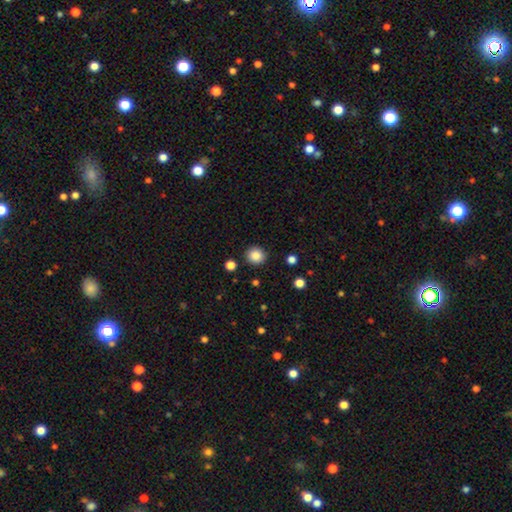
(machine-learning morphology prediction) This is clearly a smooth galaxy (87%). How rounded: clearly round (91%). Merging: clearly none (90%).